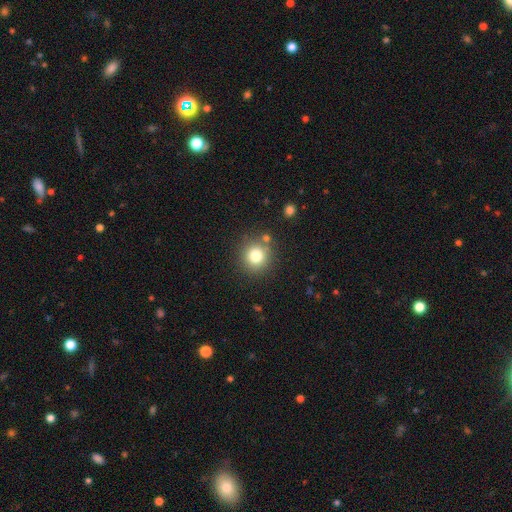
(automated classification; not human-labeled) A smooth galaxy with no disk features (77%) that is round (92%).

Vote fractions:
- Smooth or featured? smooth: 77% / star or artifact: 14% / featured or disk: 9%
- How rounded? round: 92% / in between: 7% / cigar-shaped: 1%
- Merging? none: 81% / minor disturbance: 9% / merger: 7% / major disturbance: 3%